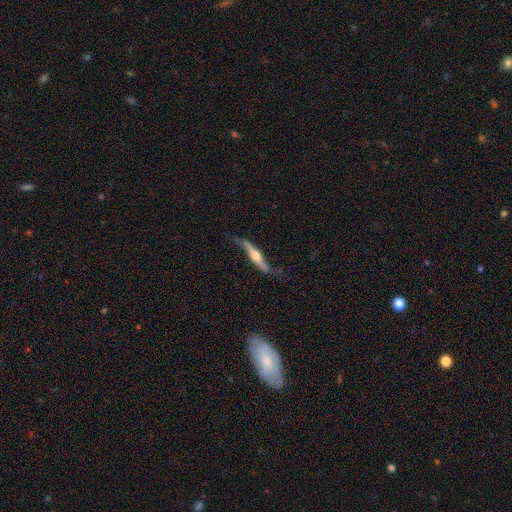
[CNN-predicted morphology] Smooth or featured?
  - featured or disk: 76% *
  - smooth: 19%
  - star or artifact: 5%
Edge-on disk?
  - yes: 70% *
  - no: 30%
Edge-on bulge?
  - rounded: 85% *
  - boxy: 8%
  - none: 7%
Merging?
  - none: 57% *
  - minor disturbance: 27%
  - major disturbance: 13%
  - merger: 3%